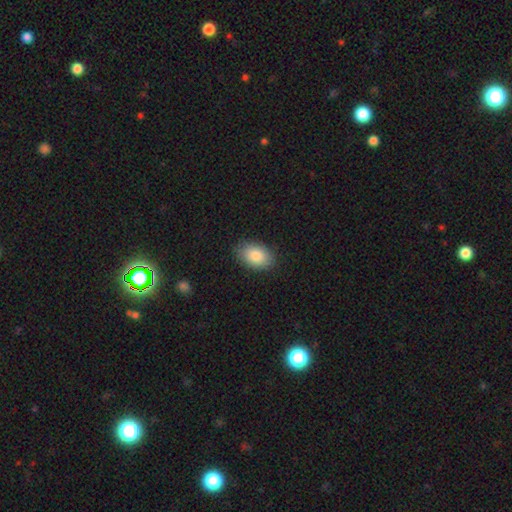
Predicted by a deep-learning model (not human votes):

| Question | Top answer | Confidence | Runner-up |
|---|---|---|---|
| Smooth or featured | smooth | 85% | featured or disk (8%) |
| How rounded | in between | 89% | round (10%) |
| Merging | none | 86% | minor disturbance (10%) |